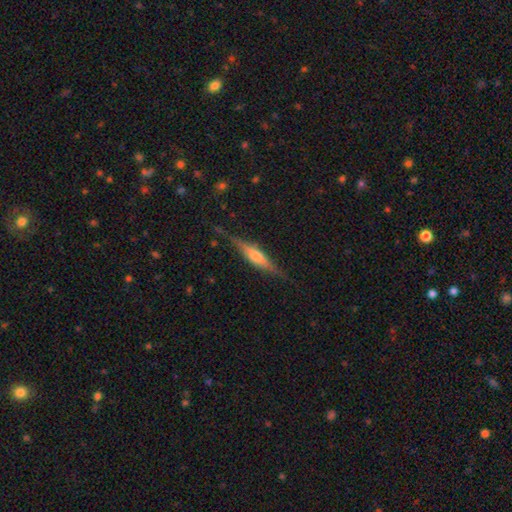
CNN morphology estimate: Smooth or featured: featured or disk — 67% (smooth — 26%)
Edge-on disk: yes — 96% (no — 4%)
Edge-on bulge: rounded — 69% (boxy — 22%)
Merging: none — 82% (minor disturbance — 13%)